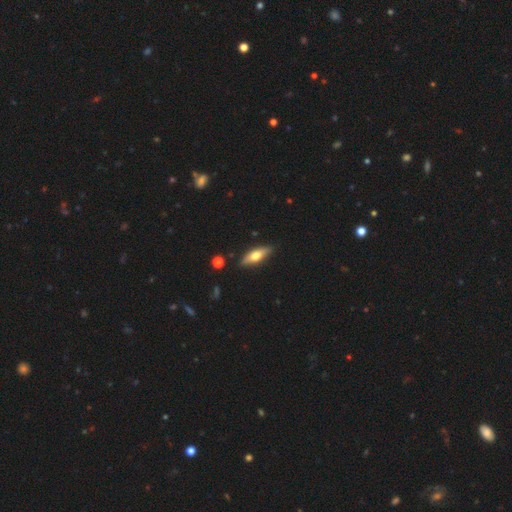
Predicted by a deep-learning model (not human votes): Overall: smooth (51%; featured or disk 43%). How rounded: in between (52%; cigar-shaped 45%). Merging: none (87%).